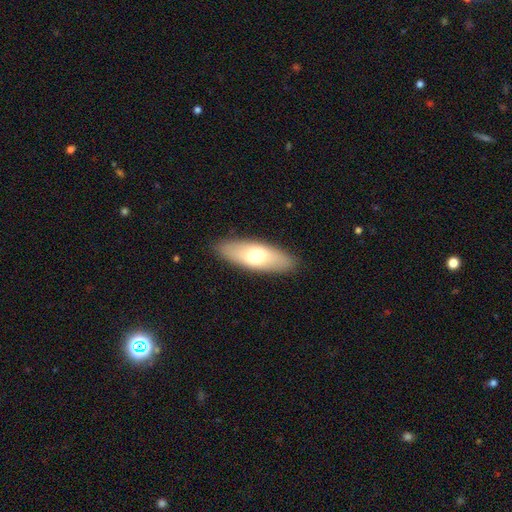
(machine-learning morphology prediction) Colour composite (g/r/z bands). It shows a smooth galaxy with no disk features (66%) that is in between round and cigar-shaped (68%). Merging: none (89%).